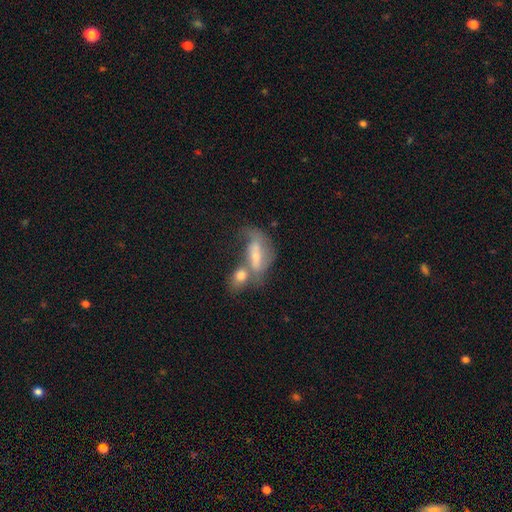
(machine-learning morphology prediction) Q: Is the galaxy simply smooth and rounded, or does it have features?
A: featured or disk — 46%.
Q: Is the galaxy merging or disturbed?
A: merger — 59%.